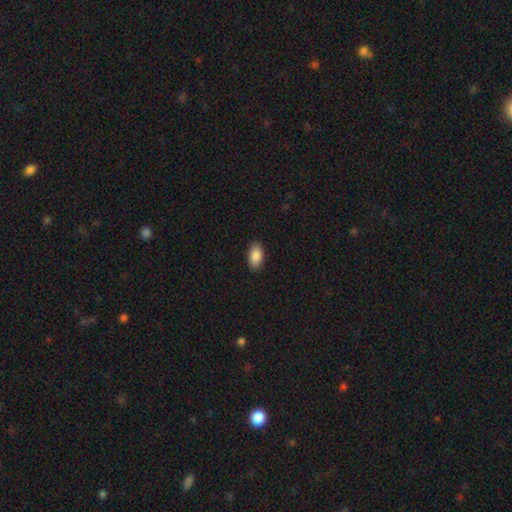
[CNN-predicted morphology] Overall: smooth (87%). How rounded: in between (93%). Merging: none (89%).